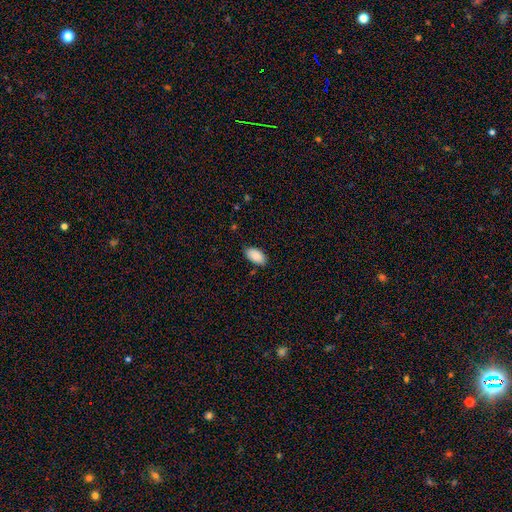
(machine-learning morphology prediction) Smooth or featured? smooth (90%)
How rounded? in between (95%)
Merging? none (85%)